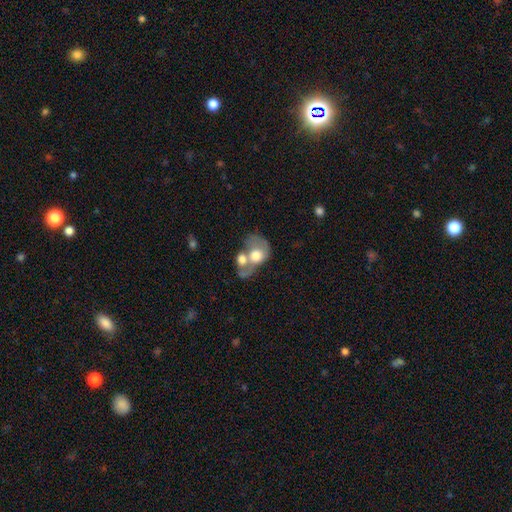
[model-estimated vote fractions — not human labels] Smooth or featured?
  - smooth: 55% *
  - featured or disk: 37%
  - star or artifact: 8%
How rounded?
  - in between: 61% *
  - round: 38%
  - cigar-shaped: 2%
Merging?
  - merger: 69% *
  - none: 12%
  - major disturbance: 12%
  - minor disturbance: 7%